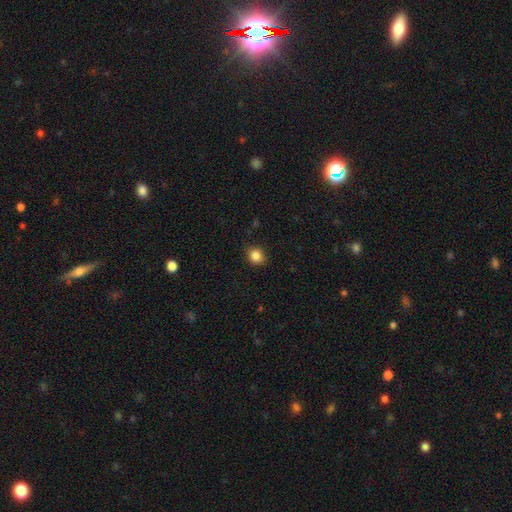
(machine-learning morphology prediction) Overall: smooth (85%). How rounded: round (74%). Merging: none (86%).